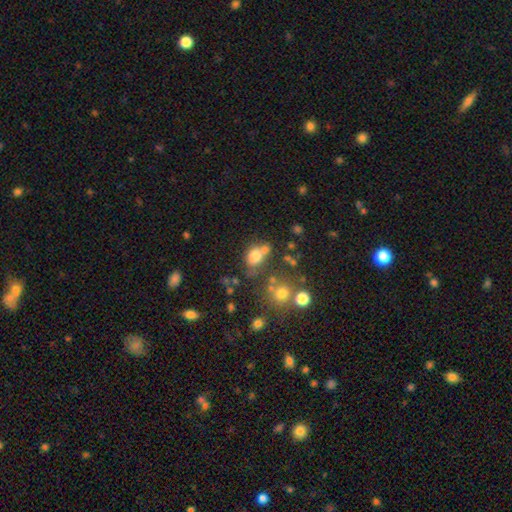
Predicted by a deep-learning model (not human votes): Smooth or featured? smooth (72%)
How rounded? in between (58%)
Merging? none (43%)